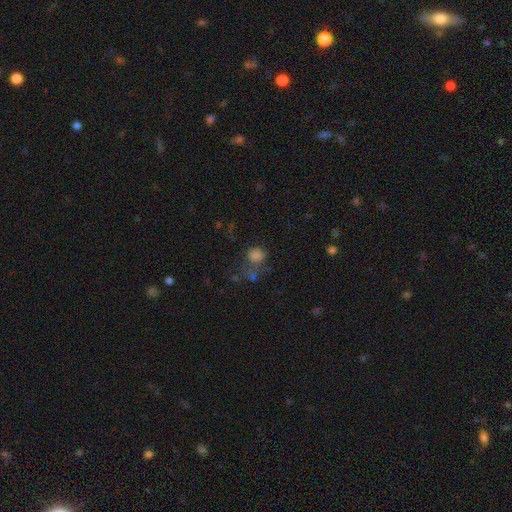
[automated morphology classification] Smooth or featured? Predicted: smooth (p=0.72). How rounded? Predicted: round (p=0.80). Merging? Predicted: none (p=0.55).